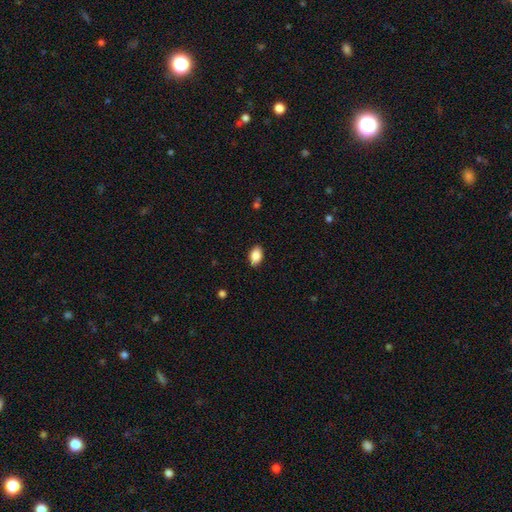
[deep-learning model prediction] This appears to be a smooth galaxy with no disk features (88%) that is in between round and cigar-shaped (91%). Merging: none (89%).